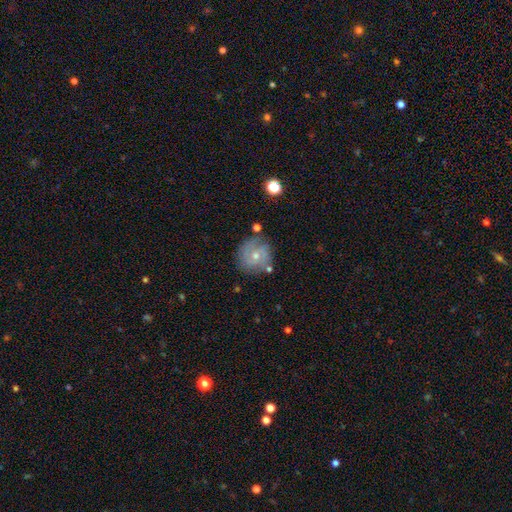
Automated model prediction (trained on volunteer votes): The model was most divided on "bulge size": small: 49%, moderate: 47%, large: 1%, none: 1%, dominant: 1%. More confident: edge-on disk — no (97%); spiral arms — yes (79%); bar — no (76%); merging — none (69%); smooth or featured — featured or disk (58%).